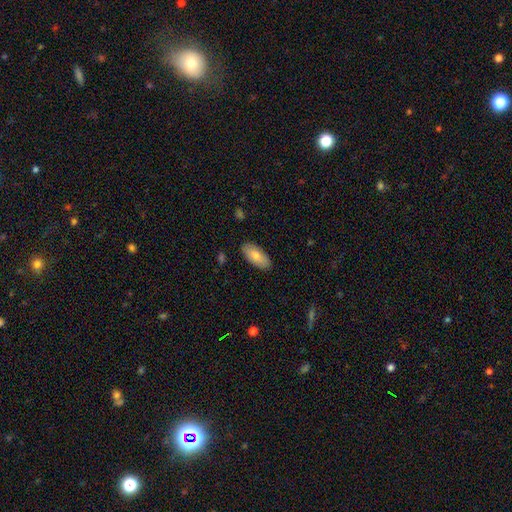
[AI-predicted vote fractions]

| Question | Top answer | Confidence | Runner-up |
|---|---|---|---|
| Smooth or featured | smooth | 75% | featured or disk (19%) |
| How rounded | in between | 90% | cigar-shaped (8%) |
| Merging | none | 87% | minor disturbance (10%) |